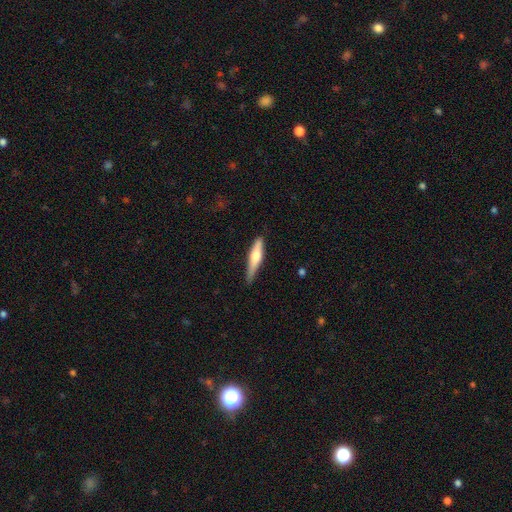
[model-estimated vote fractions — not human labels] Smooth or featured: smooth — 51% (featured or disk — 44%)
How rounded: cigar-shaped — 82% (in between — 16%)
Merging: none — 77% (minor disturbance — 19%)